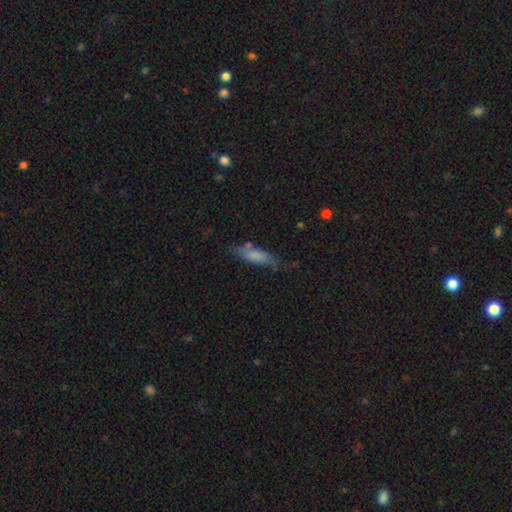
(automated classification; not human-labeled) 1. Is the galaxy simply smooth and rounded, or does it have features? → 74% smooth, 19% featured or disk, 7% star or artifact.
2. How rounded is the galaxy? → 51% cigar-shaped, 47% in between, 2% round.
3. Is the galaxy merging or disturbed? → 58% none, 28% minor disturbance, 9% major disturbance, 5% merger.